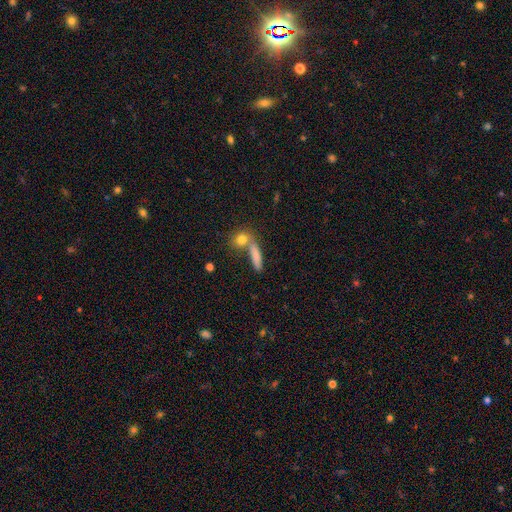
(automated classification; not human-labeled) Overall: smooth (77%). How rounded: cigar-shaped (60%; in between 30%). Merging: none (56%; merger 29%).